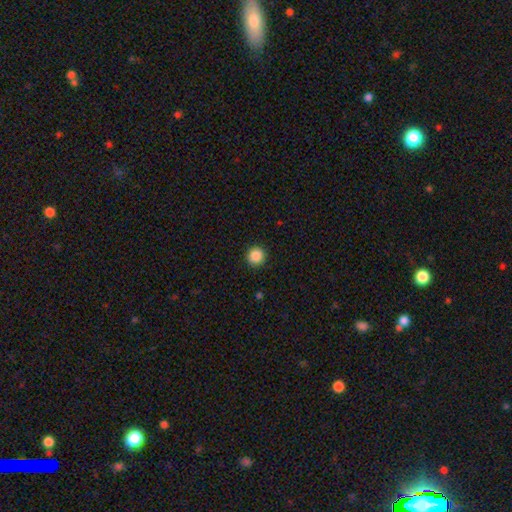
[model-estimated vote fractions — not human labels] Q: Smooth or featured?
A: smooth (88%); runner-up: star or artifact (9%)
Q: How rounded?
A: round (95%); runner-up: in between (4%)
Q: Merging?
A: none (93%); runner-up: minor disturbance (5%)